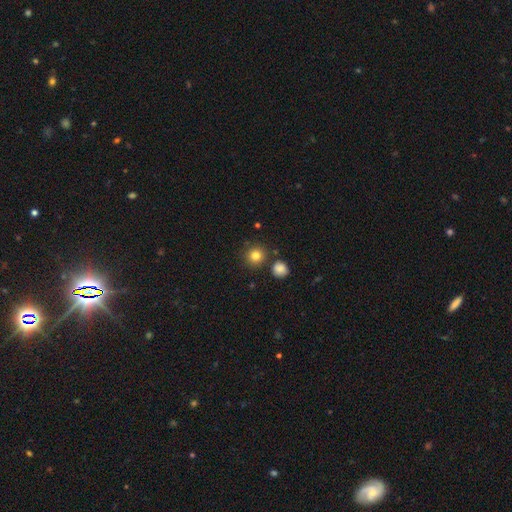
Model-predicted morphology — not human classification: type=smooth (81%); roundness=round (92%); merging=none (84%).